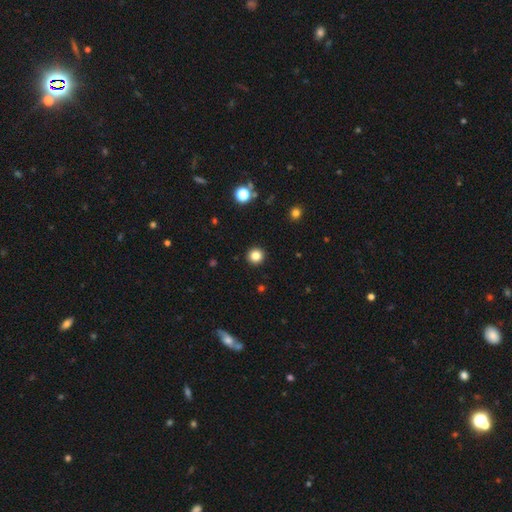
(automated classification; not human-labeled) The model was most divided on "smooth or featured": smooth: 83%, star or artifact: 12%, featured or disk: 4%. More confident: how rounded — round (95%); merging — none (93%).